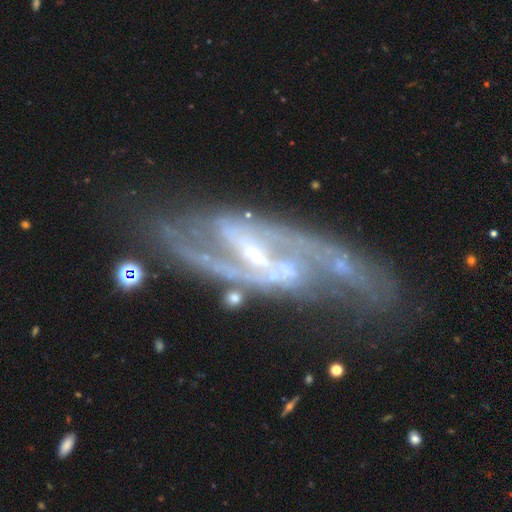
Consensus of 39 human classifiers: Morphology: type=featured or disk (95%); edge-on=no (97%); bar=strong (58%); spiral arms=yes (97%); winding=medium (60%); arm count=2 (100%); bulge=small (67%); merging=none (79%).